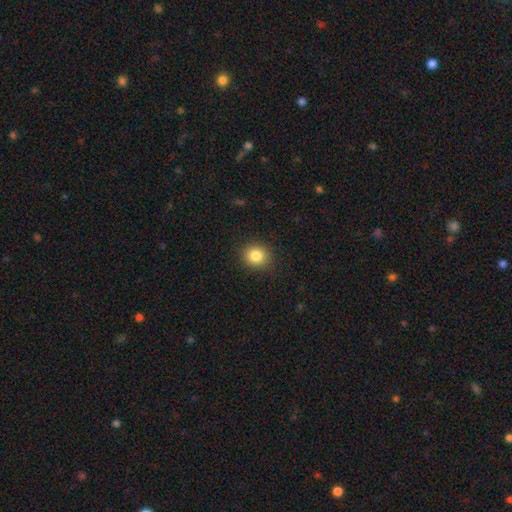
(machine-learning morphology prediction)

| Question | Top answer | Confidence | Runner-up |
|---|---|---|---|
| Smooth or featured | smooth | 84% | star or artifact (10%) |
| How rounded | round | 79% | in between (20%) |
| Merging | none | 89% | minor disturbance (8%) |